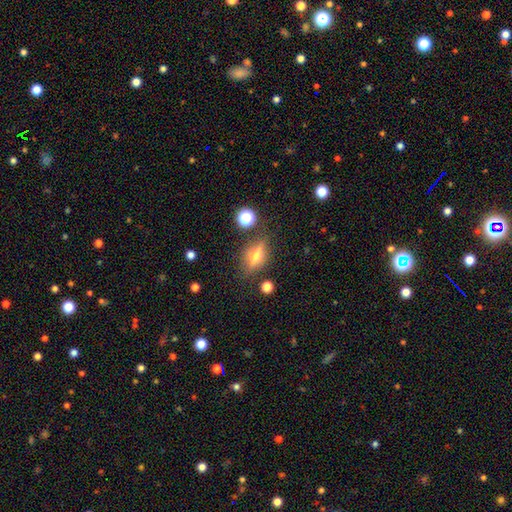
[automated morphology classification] The model was most divided on "smooth or featured": featured or disk: 55%, smooth: 33%, star or artifact: 12%. More confident: edge-on disk — yes (87%); merging — none (80%).